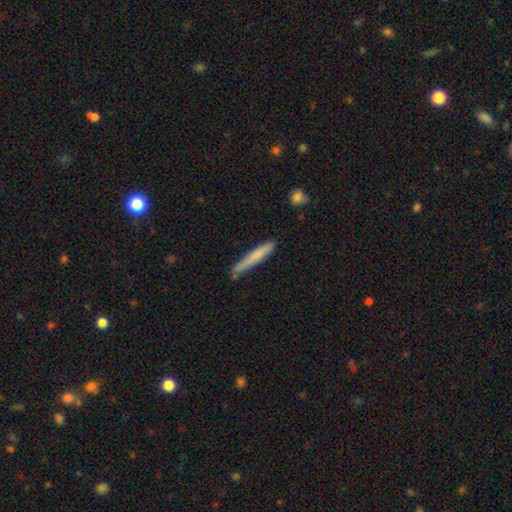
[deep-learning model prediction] This appears to be a smooth galaxy with no disk features (70%) that is cigar-shaped (95%). Merging: none (77%).